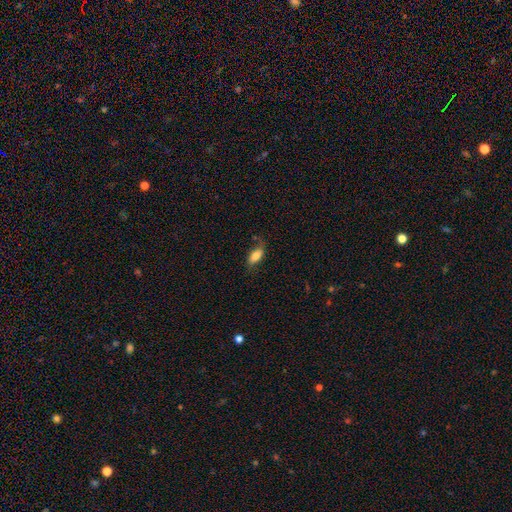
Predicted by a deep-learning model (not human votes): A smooth galaxy with no disk features (79%) that is in between round and cigar-shaped (86%).

Vote fractions:
- Smooth or featured? smooth: 79% / featured or disk: 14% / star or artifact: 7%
- How rounded? in between: 86% / cigar-shaped: 11% / round: 3%
- Merging? none: 62% / minor disturbance: 25% / major disturbance: 10% / merger: 3%